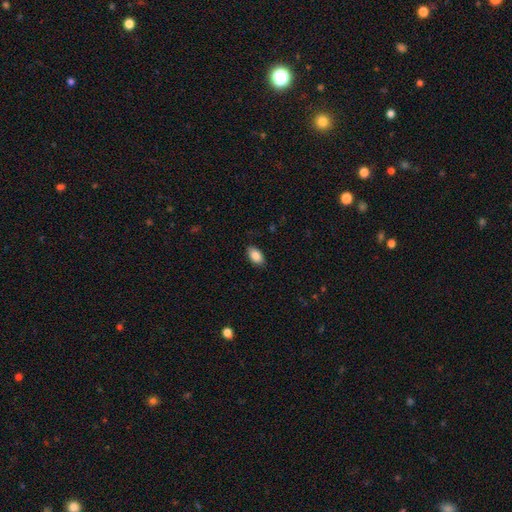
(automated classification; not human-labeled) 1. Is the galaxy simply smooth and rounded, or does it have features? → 86% smooth, 7% featured or disk, 7% star or artifact.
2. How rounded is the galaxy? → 94% in between, 4% round, 2% cigar-shaped.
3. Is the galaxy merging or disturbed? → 88% none, 9% minor disturbance, 2% major disturbance, 1% merger.